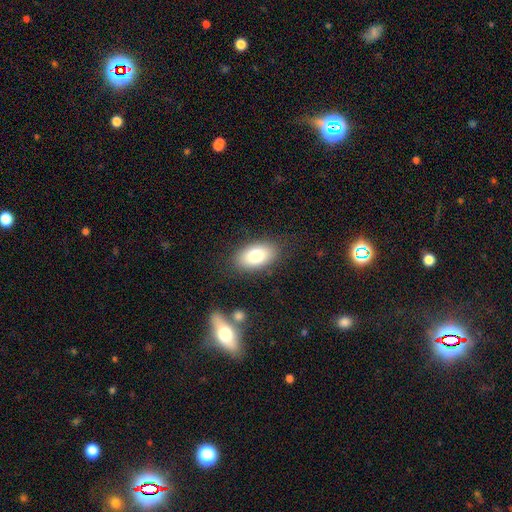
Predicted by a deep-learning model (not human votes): Smooth or featured?
  - smooth: 78% *
  - featured or disk: 14%
  - star or artifact: 8%
How rounded?
  - in between: 92% *
  - round: 6%
  - cigar-shaped: 2%
Merging?
  - none: 84% *
  - minor disturbance: 11%
  - major disturbance: 4%
  - merger: 2%